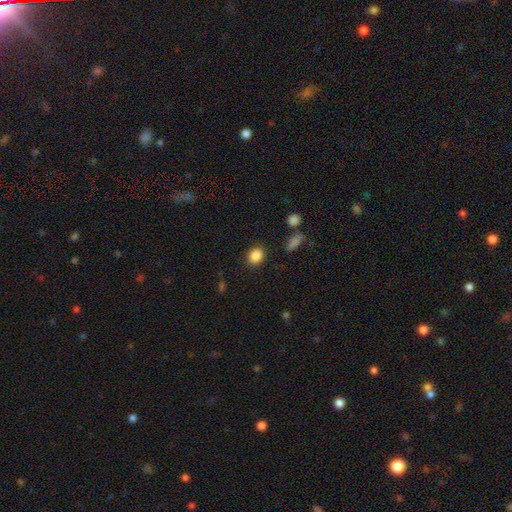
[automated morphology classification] Smooth or featured: smooth — 86% (star or artifact — 9%)
How rounded: round — 53% (in between — 46%)
Merging: none — 87% (minor disturbance — 8%)